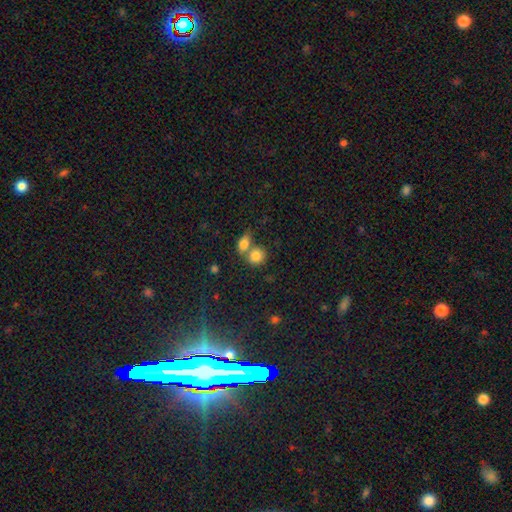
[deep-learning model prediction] Smooth or featured? smooth (82%)
How rounded? round (69%)
Merging? merger (49%)